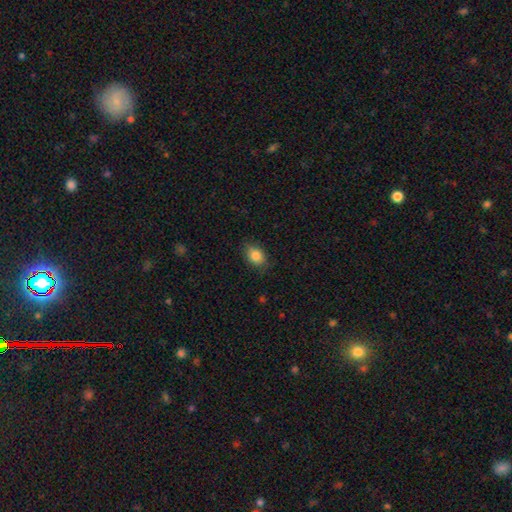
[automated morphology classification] A smooth galaxy with no disk features (84%) that is in between round and cigar-shaped (67%). Merging: none (80%).